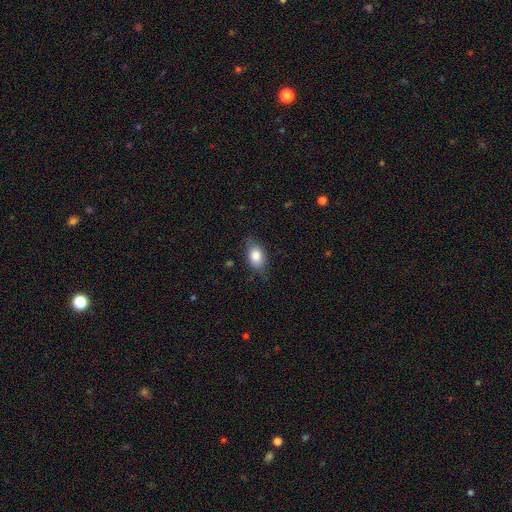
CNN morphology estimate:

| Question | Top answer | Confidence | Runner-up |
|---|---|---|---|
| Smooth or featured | smooth | 81% | featured or disk (11%) |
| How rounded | in between | 84% | round (14%) |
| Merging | none | 75% | minor disturbance (19%) |